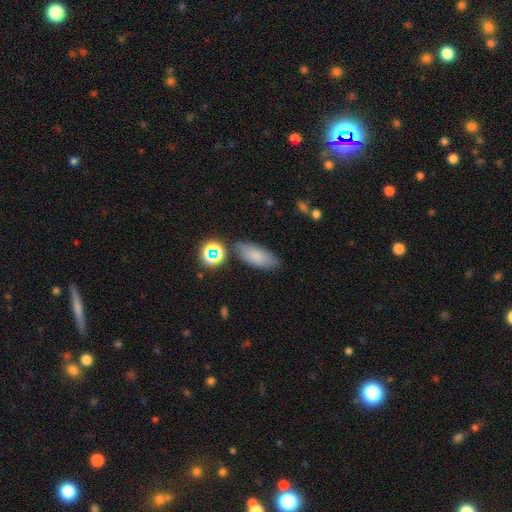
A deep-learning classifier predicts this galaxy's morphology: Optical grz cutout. It shows a smooth galaxy with no disk features (78%) that is in between round and cigar-shaped (81%). Merging: none (75%).